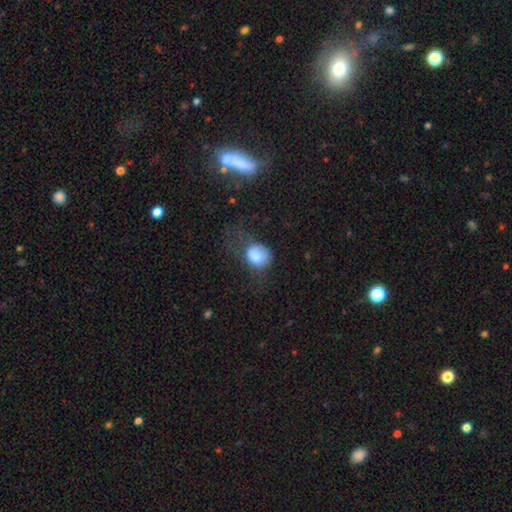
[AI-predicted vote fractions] Smooth or featured? Predicted: smooth (p=0.80). How rounded? Predicted: round (p=0.55). Merging? Predicted: major disturbance (p=0.41).